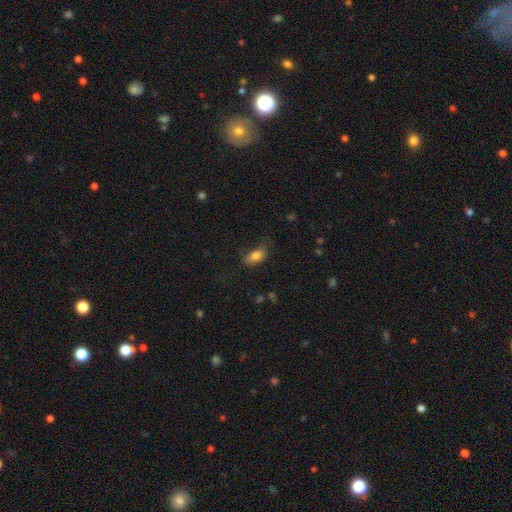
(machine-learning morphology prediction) Overall: smooth (81%). How rounded: in between (87%). Merging: none (64%; minor disturbance 25%).